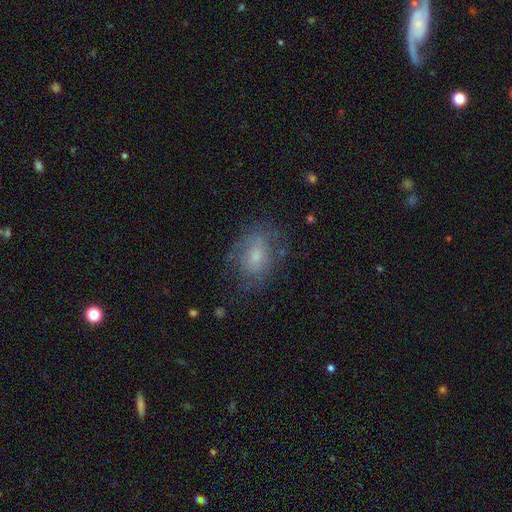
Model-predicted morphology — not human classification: type=smooth (51%); roundness=in between (76%); merging=none (62%).